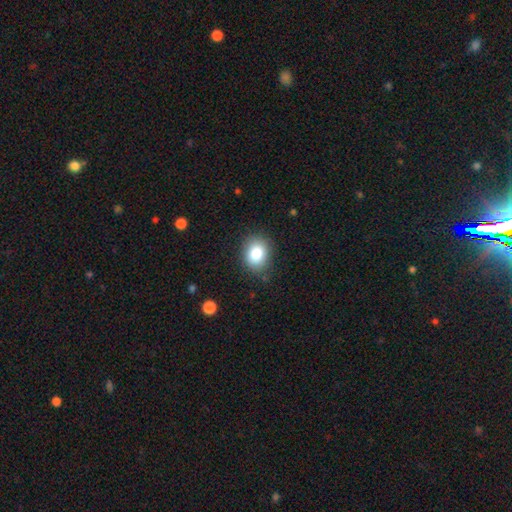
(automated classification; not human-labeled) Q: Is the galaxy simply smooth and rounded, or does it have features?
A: smooth — 83%.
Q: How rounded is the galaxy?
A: round — 51%.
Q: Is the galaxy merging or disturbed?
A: none — 83%.